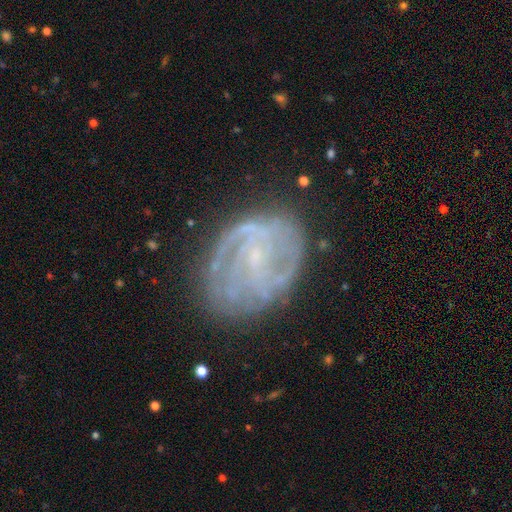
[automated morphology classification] Smooth or featured?
  - featured or disk: 76% *
  - smooth: 15%
  - star or artifact: 9%
Edge-on disk?
  - no: 97% *
  - yes: 3%
Bar?
  - no: 47% *
  - weak: 42%
  - strong: 12%
Spiral arms?
  - yes: 81% *
  - no: 19%
Spiral winding?
  - tight: 46% *
  - medium: 37%
  - loose: 18%
Spiral arm count?
  - can't tell: 38% *
  - 2: 30%
  - 3: 14%
  - 4: 7%
  - 1: 6%
  - more than 4: 5%
Bulge size?
  - small: 73% *
  - none: 17%
  - moderate: 8%
  - large: 1%
  - dominant: 1%
Merging?
  - none: 69% *
  - minor disturbance: 19%
  - major disturbance: 10%
  - merger: 2%